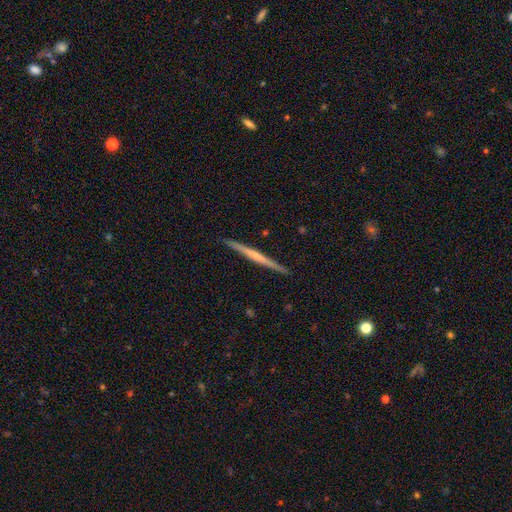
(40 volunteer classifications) Smooth or featured?
  - featured or disk: 72% *
  - smooth: 25%
  - star or artifact: 2%
Edge-on disk?
  - yes: 100% *
  - no: 0%
Edge-on bulge?
  - none: 83% *
  - rounded: 17%
  - boxy: 0%
Merging?
  - none: 90% *
  - minor disturbance: 5%
  - major disturbance: 5%
  - merger: 0%